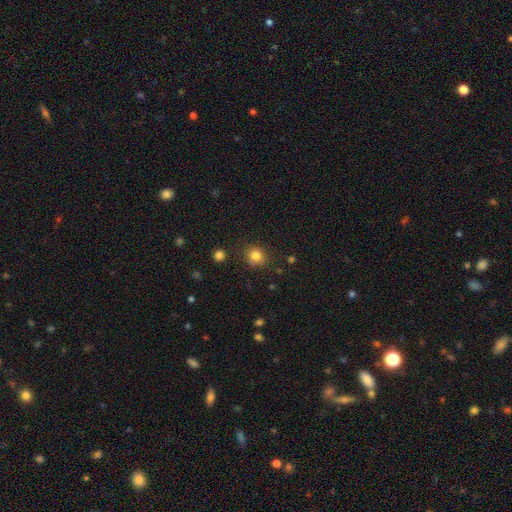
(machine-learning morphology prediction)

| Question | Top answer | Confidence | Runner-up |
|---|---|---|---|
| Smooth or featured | smooth | 82% | star or artifact (12%) |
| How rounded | round | 81% | in between (18%) |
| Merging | none | 83% | minor disturbance (11%) |